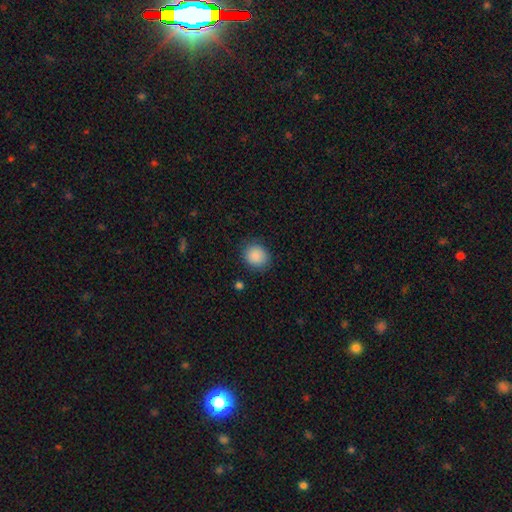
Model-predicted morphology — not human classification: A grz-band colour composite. It shows a smooth galaxy with no disk features (89%) that is round (80%). Merging: none (85%).